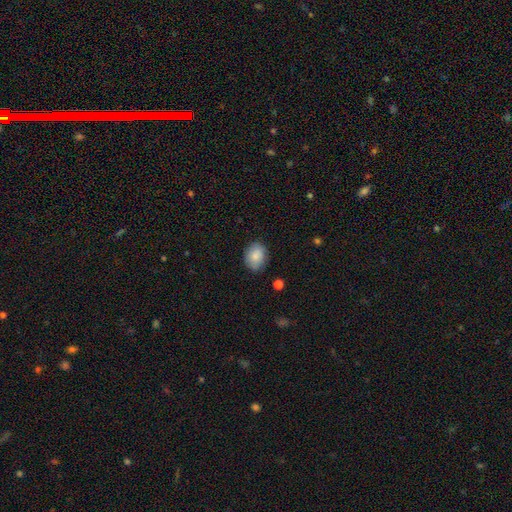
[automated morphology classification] A smooth galaxy with no disk features (85%) that is in between round and cigar-shaped (64%). Merging: none (83%).